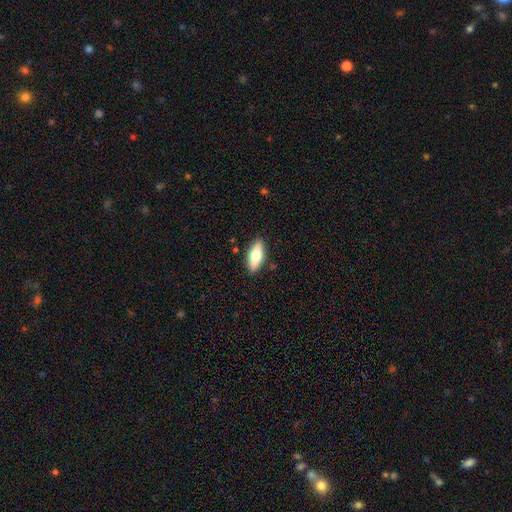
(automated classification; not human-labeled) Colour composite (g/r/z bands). It shows a smooth galaxy with no disk features (59%) that is in between round and cigar-shaped (65%). Merging: none (88%).